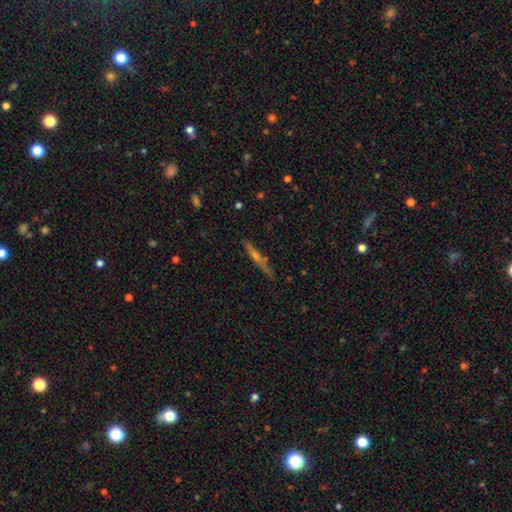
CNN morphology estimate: A featured or disk galaxy (58%) viewed edge-on (95%) with a rounded central bulge (59%). Merging: none (82%).